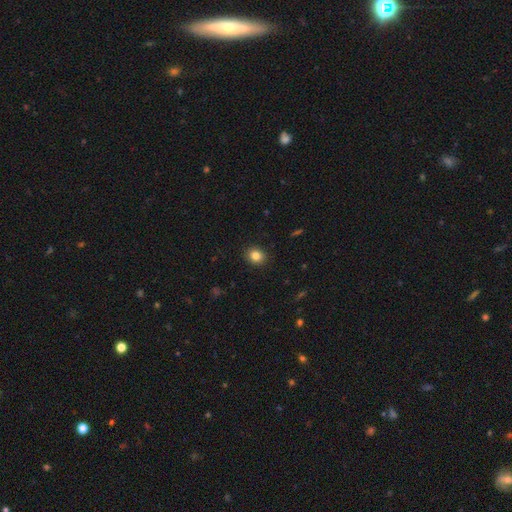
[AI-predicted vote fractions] Smooth or featured? smooth (83%)
How rounded? round (65%)
Merging? none (91%)